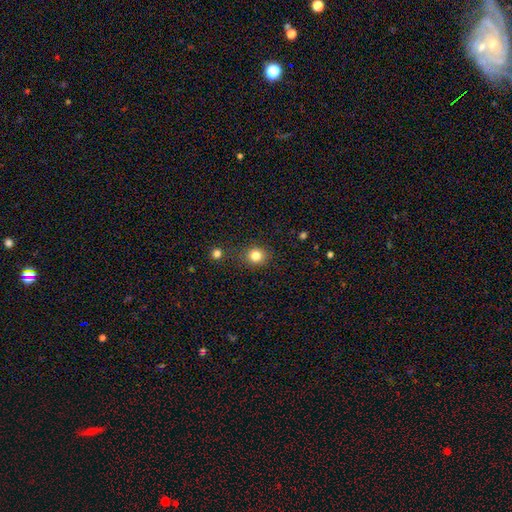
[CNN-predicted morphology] smooth 82%, star or artifact 12%, featured or disk 5%. Down the decision tree: how rounded — round (83%); merging — none (82%).